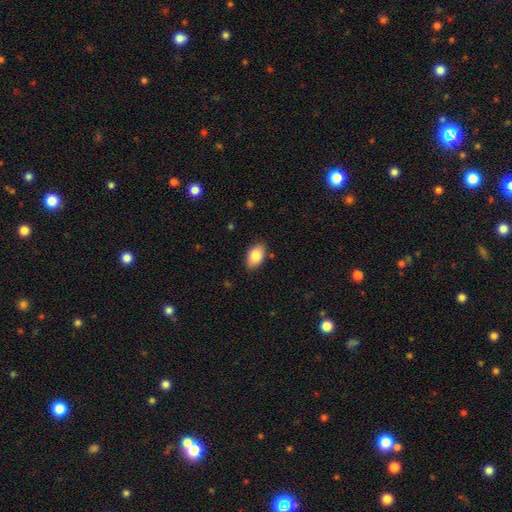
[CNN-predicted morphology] smooth 84%, featured or disk 9%, star or artifact 7%. Down the decision tree: how rounded — in between (90%); merging — none (84%).